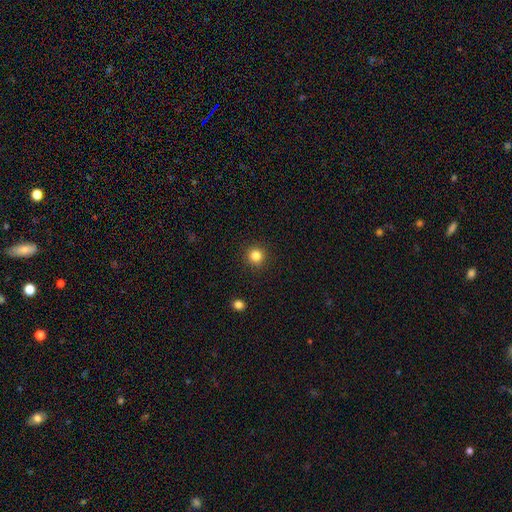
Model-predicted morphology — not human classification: Q: Smooth or featured?
A: smooth (83%); runner-up: star or artifact (12%)
Q: How rounded?
A: round (95%); runner-up: in between (4%)
Q: Merging?
A: none (92%); runner-up: minor disturbance (5%)